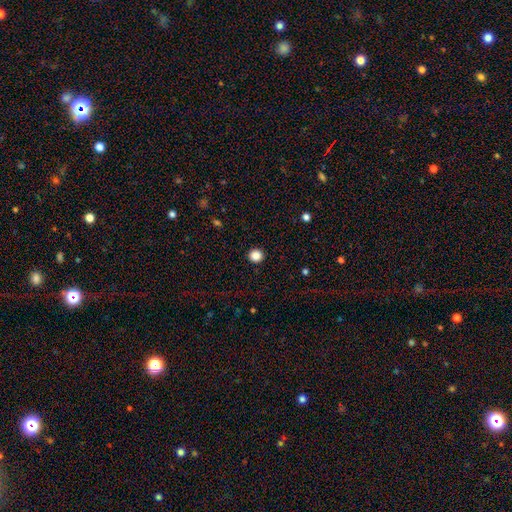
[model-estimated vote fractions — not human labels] This appears to be a smooth galaxy with no disk features (86%) that is round (94%). Merging: none (93%).